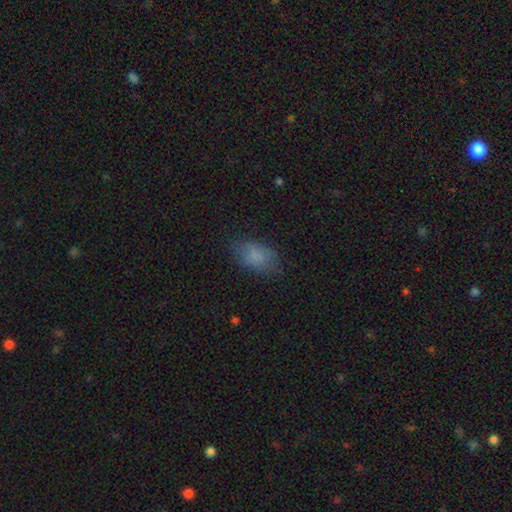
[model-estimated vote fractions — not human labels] smooth_or_featured: smooth (p=0.84) [alt: star or artifact p=0.09]
how_rounded: in between (p=0.88) [alt: round p=0.10]
merging: none (p=0.75) [alt: minor disturbance p=0.18]